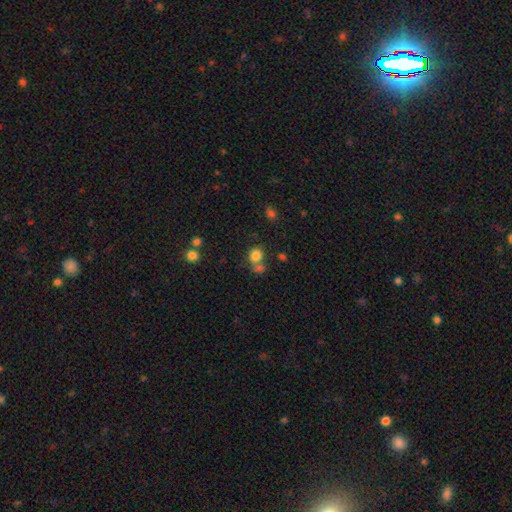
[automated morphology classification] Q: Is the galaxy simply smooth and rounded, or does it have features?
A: smooth — 80%.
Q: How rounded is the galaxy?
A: round — 73%.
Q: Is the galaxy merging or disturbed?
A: none — 54%.